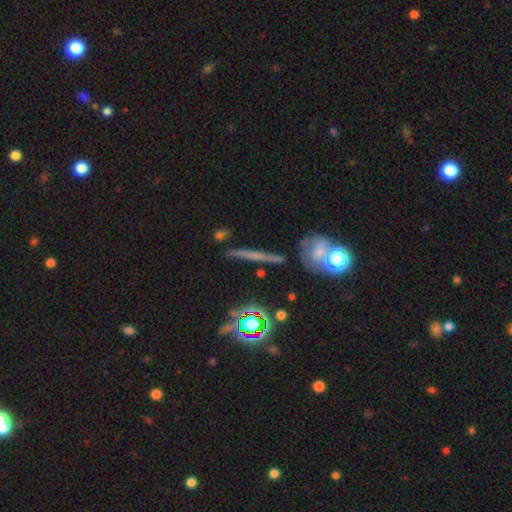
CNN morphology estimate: This is marginally a featured or disk galaxy (39%). Merging: likely none (77%).